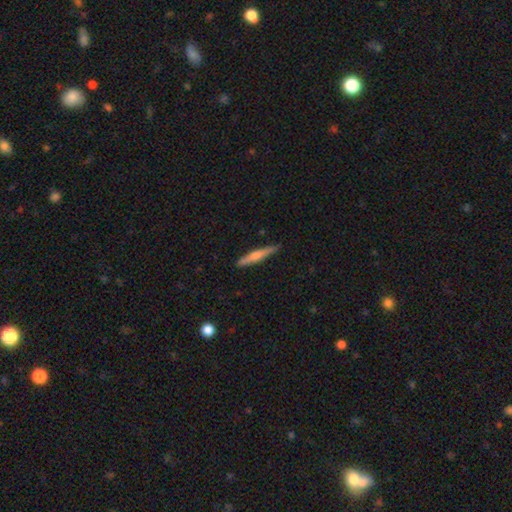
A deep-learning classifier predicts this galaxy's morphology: Overall: smooth (48%; featured or disk 46%). Merging: none (88%).